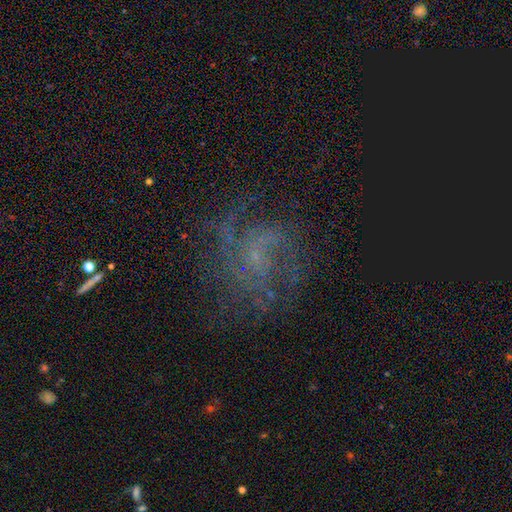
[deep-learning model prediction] smooth_or_featured: featured or disk (p=0.65) [alt: star or artifact p=0.23]
disk_edge_on: no (p=0.98) [alt: yes p=0.02]
bar: no (p=0.66) [alt: weak p=0.29]
has_spiral_arms: yes (p=0.85) [alt: no p=0.15]
spiral_winding: medium (p=0.44) [alt: loose p=0.30]
spiral_arm_count: can't tell (p=0.37) [alt: 3 p=0.19]
bulge_size: small (p=0.57) [alt: none p=0.31]
merging: none (p=0.65) [alt: major disturbance p=0.17]